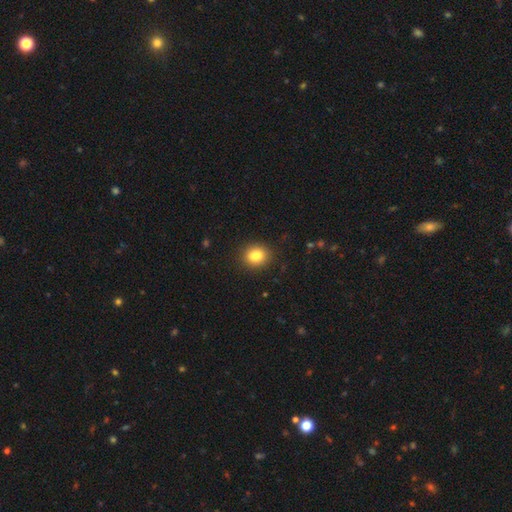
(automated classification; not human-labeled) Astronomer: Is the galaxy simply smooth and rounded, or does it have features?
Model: smooth — 83%.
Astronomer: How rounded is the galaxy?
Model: round — 60% (runner-up: in between, 38%).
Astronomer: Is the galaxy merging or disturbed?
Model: none — 84%.